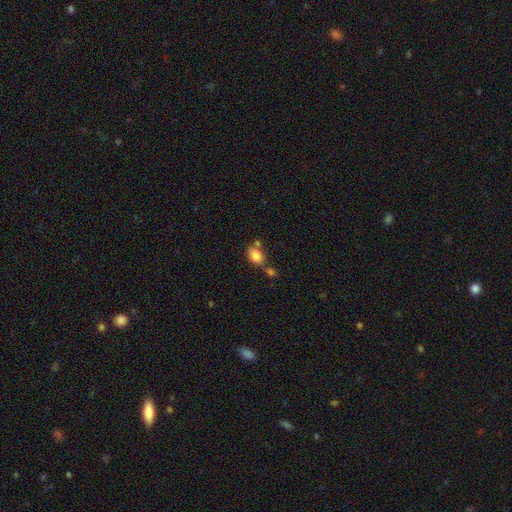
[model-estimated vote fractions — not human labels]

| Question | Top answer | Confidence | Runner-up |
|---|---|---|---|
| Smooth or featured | smooth | 83% | star or artifact (9%) |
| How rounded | in between | 77% | round (22%) |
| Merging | none | 51% | merger (28%) |